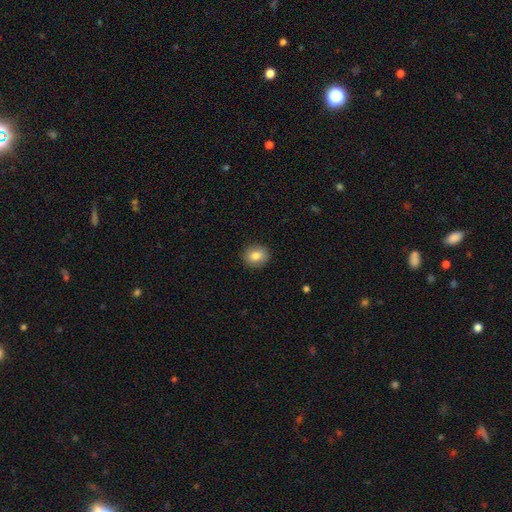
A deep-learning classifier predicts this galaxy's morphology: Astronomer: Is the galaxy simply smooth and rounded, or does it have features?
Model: smooth — 81%.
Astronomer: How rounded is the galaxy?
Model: round — 72%.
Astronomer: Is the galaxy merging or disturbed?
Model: none — 89%.